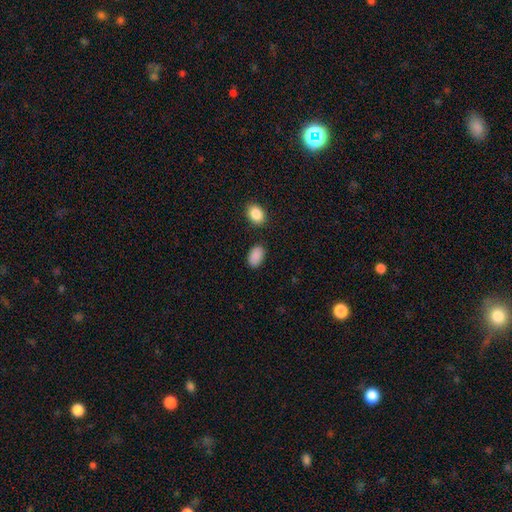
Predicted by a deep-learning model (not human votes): Smooth or featured?
  - smooth: 89% *
  - star or artifact: 8%
  - featured or disk: 3%
How rounded?
  - in between: 91% *
  - round: 7%
  - cigar-shaped: 1%
Merging?
  - none: 83% *
  - minor disturbance: 11%
  - merger: 3%
  - major disturbance: 3%